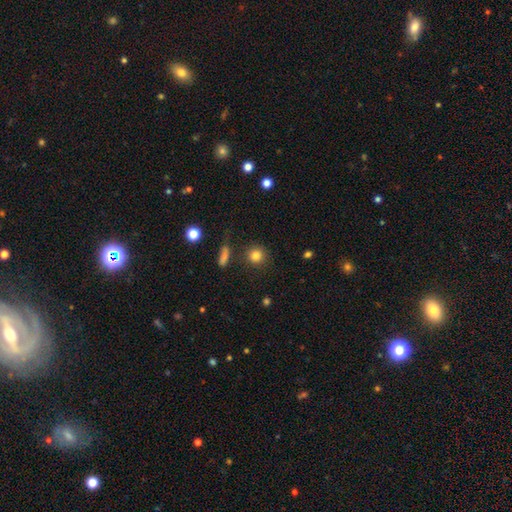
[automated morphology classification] type=smooth (83%); roundness=round (91%); merging=none (85%).